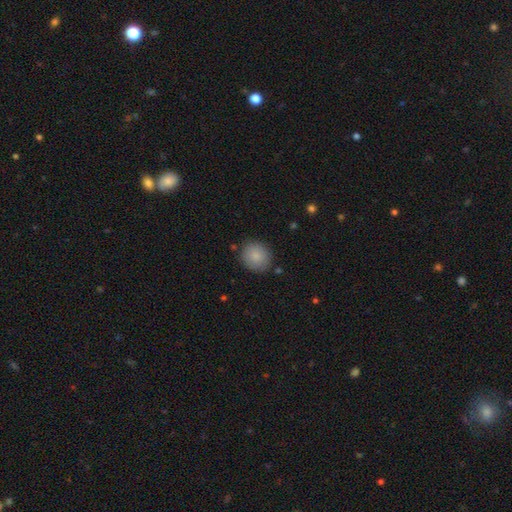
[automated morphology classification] Smooth or featured? Predicted: smooth (p=0.86). How rounded? Predicted: round (p=0.82). Merging? Predicted: none (p=0.84).